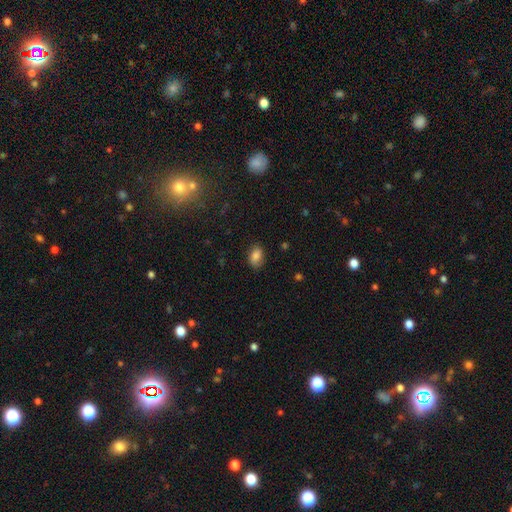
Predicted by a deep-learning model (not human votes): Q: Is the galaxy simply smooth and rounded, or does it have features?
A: smooth — 80%.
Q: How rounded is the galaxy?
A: in between — 81%.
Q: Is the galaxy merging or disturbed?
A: none — 77%.